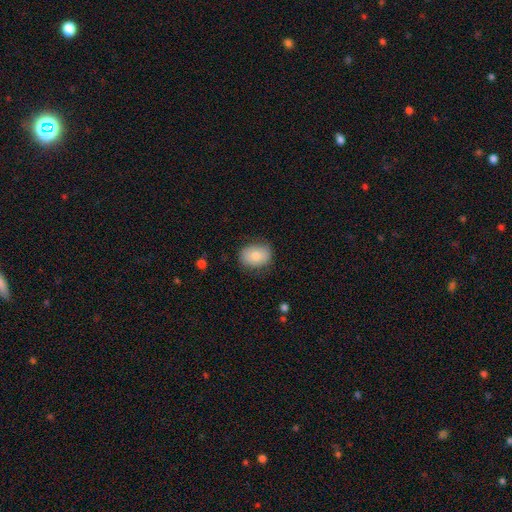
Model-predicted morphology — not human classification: smooth_or_featured: smooth (p=0.77) [alt: featured or disk p=0.15]
how_rounded: in between (p=0.64) [alt: round p=0.35]
merging: none (p=0.79) [alt: minor disturbance p=0.16]